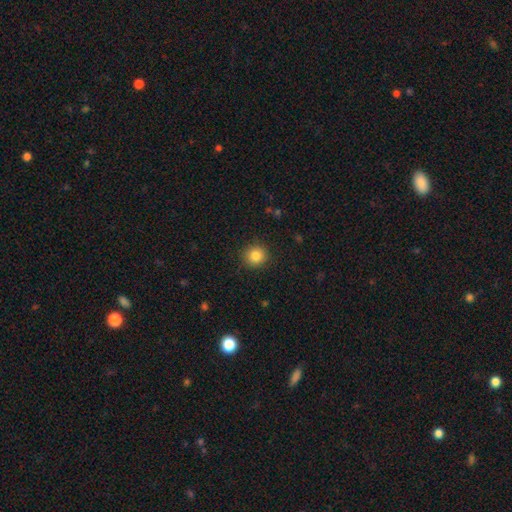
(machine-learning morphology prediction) Smooth or featured?
  - smooth: 84% *
  - star or artifact: 11%
  - featured or disk: 5%
How rounded?
  - round: 92% *
  - in between: 7%
  - cigar-shaped: 1%
Merging?
  - none: 90% *
  - minor disturbance: 7%
  - major disturbance: 2%
  - merger: 1%